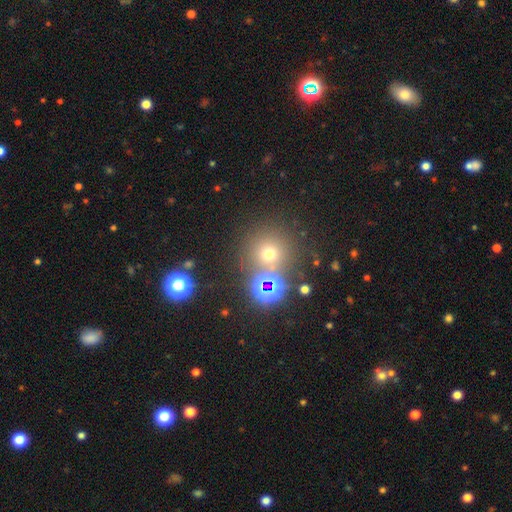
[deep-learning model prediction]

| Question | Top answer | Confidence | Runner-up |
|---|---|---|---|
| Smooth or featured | smooth | 49% | star or artifact (42%) |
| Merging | none | 74% | merger (14%) |